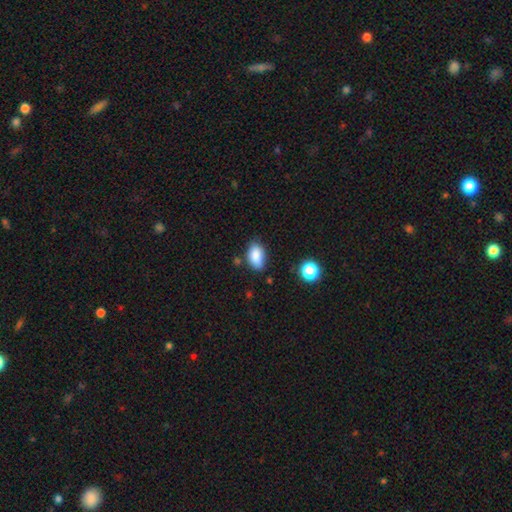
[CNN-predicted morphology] smooth_or_featured: smooth (p=0.86) [alt: star or artifact p=0.09]
how_rounded: in between (p=0.90) [alt: round p=0.08]
merging: none (p=0.72) [alt: minor disturbance p=0.20]